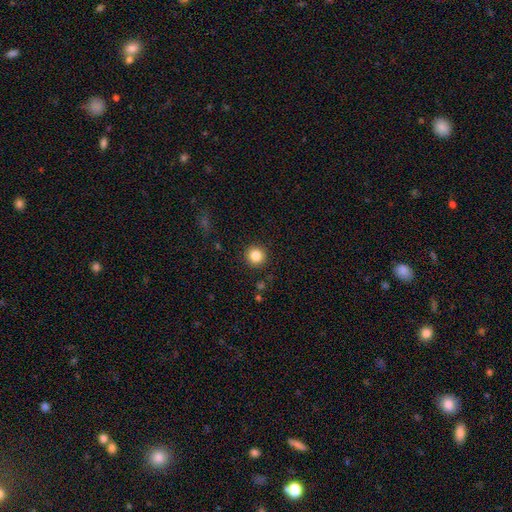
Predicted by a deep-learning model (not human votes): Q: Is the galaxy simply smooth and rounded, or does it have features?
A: smooth — 85%.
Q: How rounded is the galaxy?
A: round — 94%.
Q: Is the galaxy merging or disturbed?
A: none — 91%.